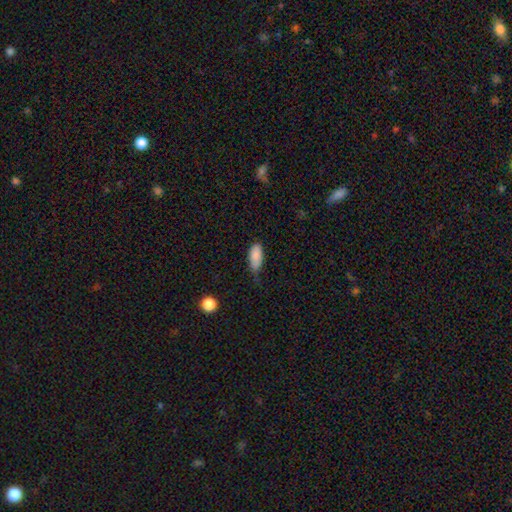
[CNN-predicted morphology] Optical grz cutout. It shows a smooth galaxy with no disk features (86%) that is in between round and cigar-shaped (87%). Merging: none (48%).